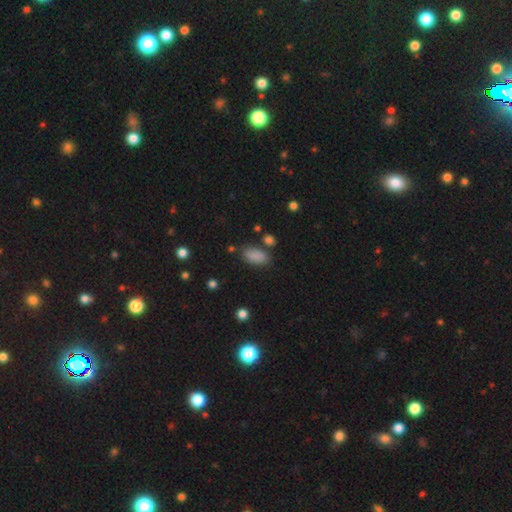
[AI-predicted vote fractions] smooth 87%, star or artifact 9%, featured or disk 4%. Down the decision tree: how rounded — in between (92%); merging — none (76%).